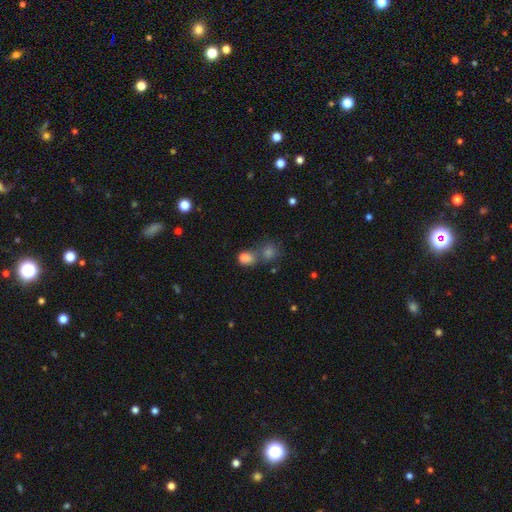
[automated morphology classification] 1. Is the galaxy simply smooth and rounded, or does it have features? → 51% smooth, 34% star or artifact, 15% featured or disk.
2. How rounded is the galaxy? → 63% round, 32% in between, 4% cigar-shaped.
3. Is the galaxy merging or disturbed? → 49% none, 35% merger, 9% minor disturbance, 7% major disturbance.